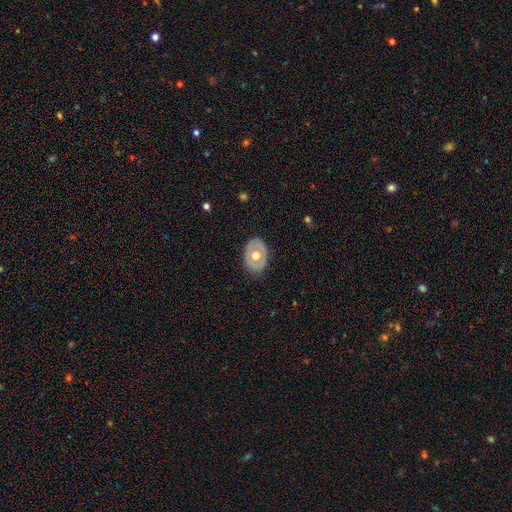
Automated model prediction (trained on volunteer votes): A smooth galaxy with no disk features (48%). Merging: none (82%).